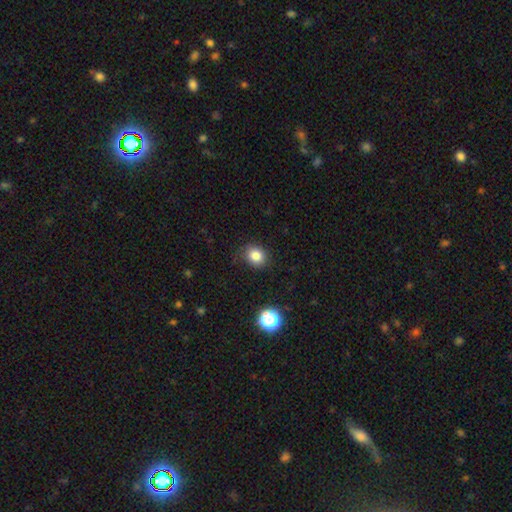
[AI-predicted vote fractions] Q: Smooth or featured?
A: smooth (82%); runner-up: star or artifact (12%)
Q: How rounded?
A: round (67%); runner-up: in between (32%)
Q: Merging?
A: none (82%); runner-up: minor disturbance (13%)